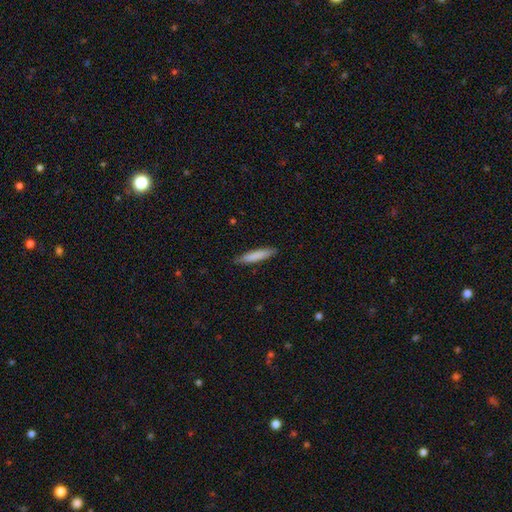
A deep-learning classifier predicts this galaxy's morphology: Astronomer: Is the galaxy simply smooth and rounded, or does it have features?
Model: smooth — 81%.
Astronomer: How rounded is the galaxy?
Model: cigar-shaped — 88%.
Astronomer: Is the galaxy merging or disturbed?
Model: none — 88%.